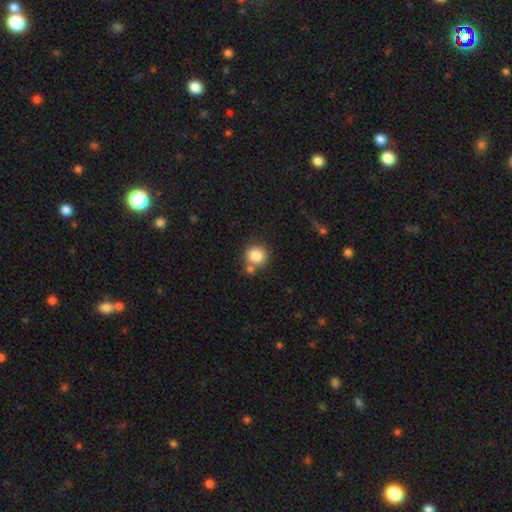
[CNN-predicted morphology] smooth 84%, star or artifact 10%, featured or disk 6%. Down the decision tree: how rounded — round (88%); merging — none (67%).